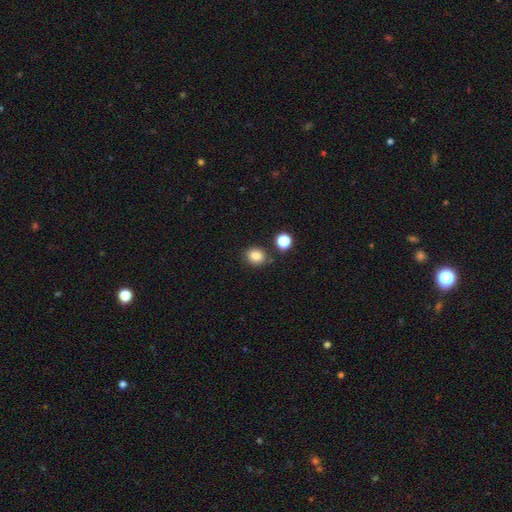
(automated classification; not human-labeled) Morphology: type=smooth (84%); roundness=round (65%); merging=none (77%).